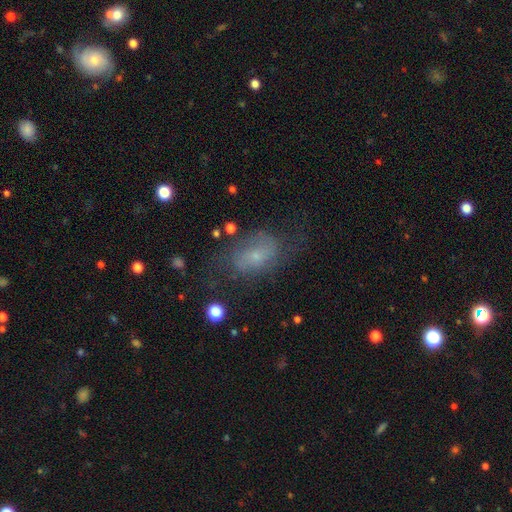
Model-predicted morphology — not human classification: Smooth or featured? Predicted: featured or disk (p=0.49). Merging? Predicted: none (p=0.49).